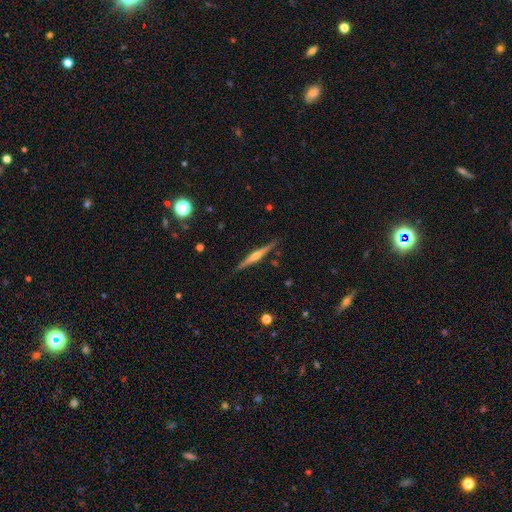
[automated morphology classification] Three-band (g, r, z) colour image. It shows a featured or disk galaxy (75%) viewed edge-on (98%) with a rounded central bulge (81%). Merging: none (89%).